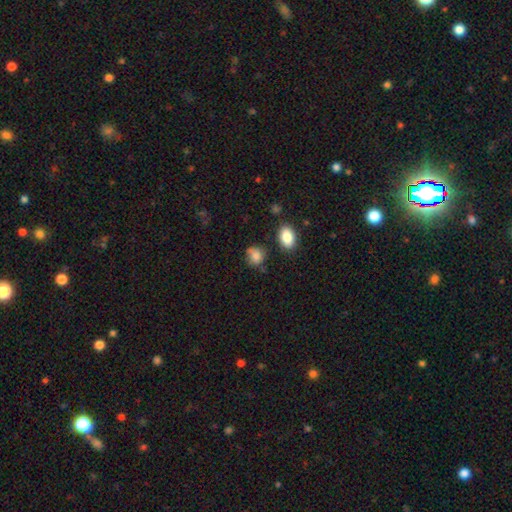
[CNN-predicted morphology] This is clearly a smooth galaxy (81%). How rounded: likely round (68%). Merging: likely none (63%).